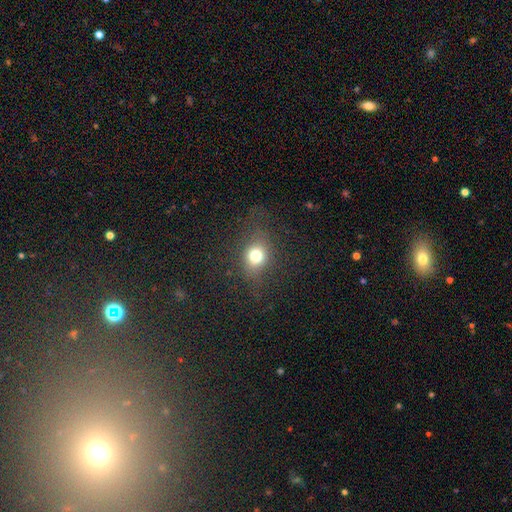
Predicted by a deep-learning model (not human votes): smooth_or_featured: smooth (p=0.73) [alt: star or artifact p=0.16]
how_rounded: round (p=0.64) [alt: in between p=0.34]
merging: none (p=0.77) [alt: minor disturbance p=0.13]